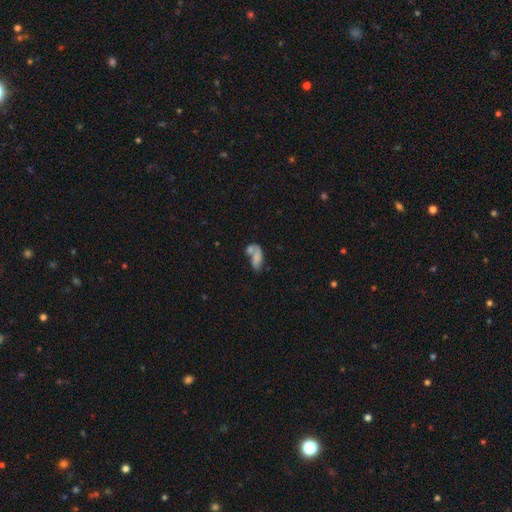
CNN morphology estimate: Smooth or featured?
  - smooth: 69% *
  - featured or disk: 21%
  - star or artifact: 10%
How rounded?
  - in between: 83% *
  - cigar-shaped: 13%
  - round: 5%
Merging?
  - merger: 49% *
  - none: 27%
  - minor disturbance: 14%
  - major disturbance: 11%